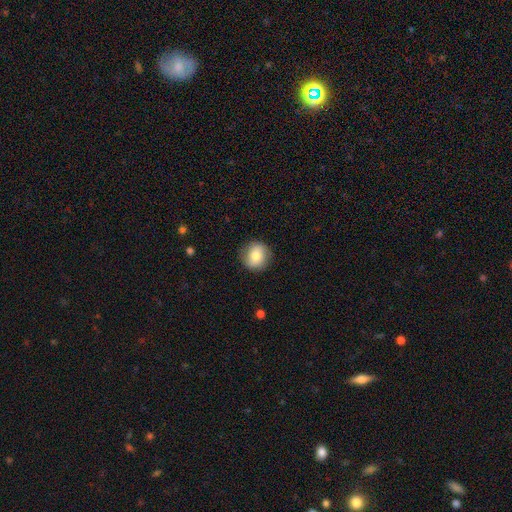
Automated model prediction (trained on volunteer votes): A smooth galaxy with no disk features (75%) that is round (88%). Merging: none (85%).